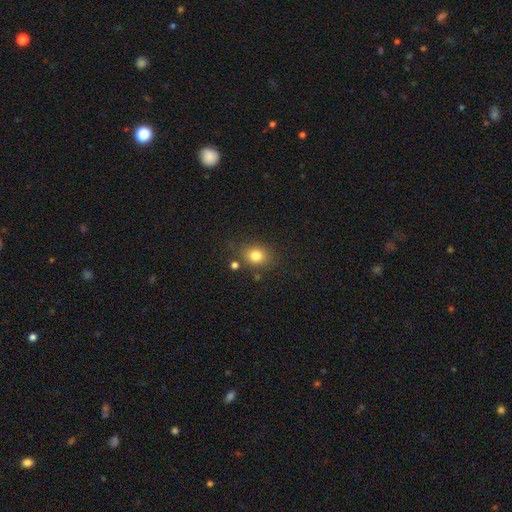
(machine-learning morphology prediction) Q: Smooth or featured?
A: smooth (81%); runner-up: star or artifact (12%)
Q: How rounded?
A: round (59%); runner-up: in between (40%)
Q: Merging?
A: none (77%); runner-up: minor disturbance (13%)